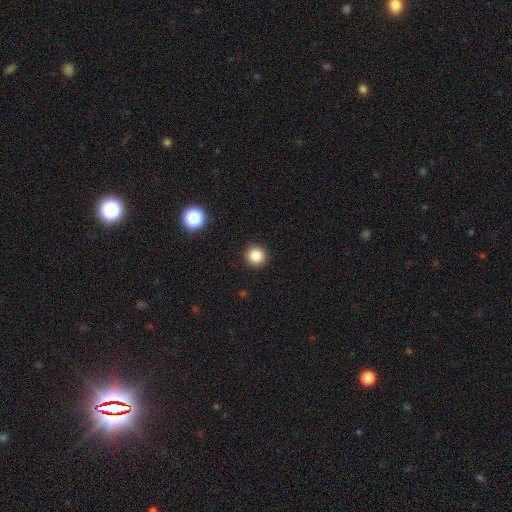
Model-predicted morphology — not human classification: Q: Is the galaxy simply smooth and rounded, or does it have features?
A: smooth — 85%.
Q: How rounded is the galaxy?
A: round — 95%.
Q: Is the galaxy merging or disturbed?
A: none — 92%.